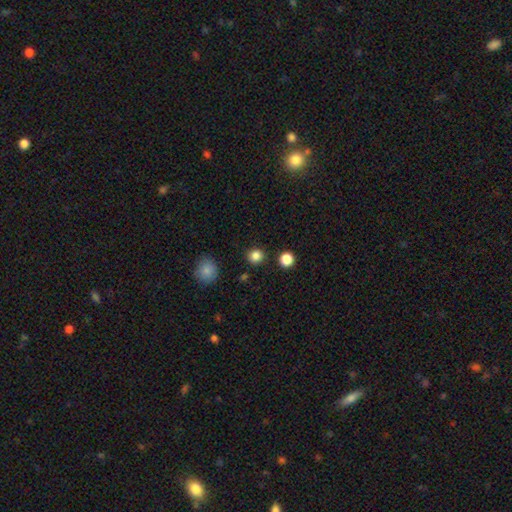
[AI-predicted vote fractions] Smooth or featured? smooth (84%)
How rounded? round (92%)
Merging? none (89%)